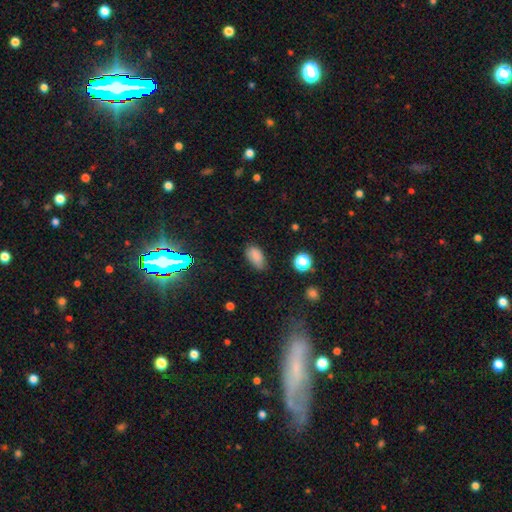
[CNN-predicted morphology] Smooth or featured? Predicted: smooth (p=0.83). How rounded? Predicted: in between (p=0.92). Merging? Predicted: none (p=0.72).